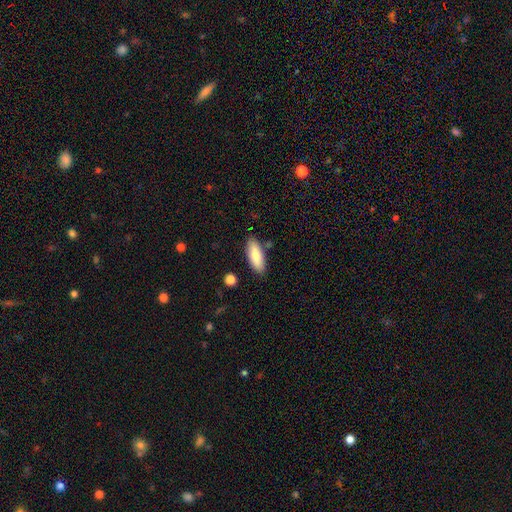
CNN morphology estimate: smooth_or_featured: smooth (p=0.81) [alt: featured or disk p=0.13]
how_rounded: in between (p=0.70) [alt: cigar-shaped p=0.28]
merging: none (p=0.84) [alt: minor disturbance p=0.11]